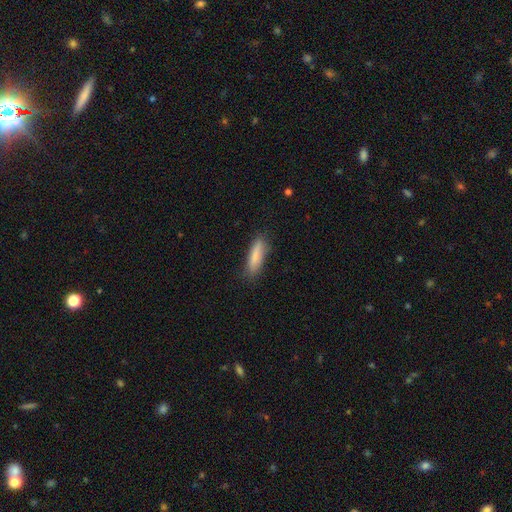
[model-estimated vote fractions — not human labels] Q: Smooth or featured?
A: smooth (82%); runner-up: featured or disk (11%)
Q: How rounded?
A: cigar-shaped (69%); runner-up: in between (29%)
Q: Merging?
A: none (82%); runner-up: minor disturbance (14%)